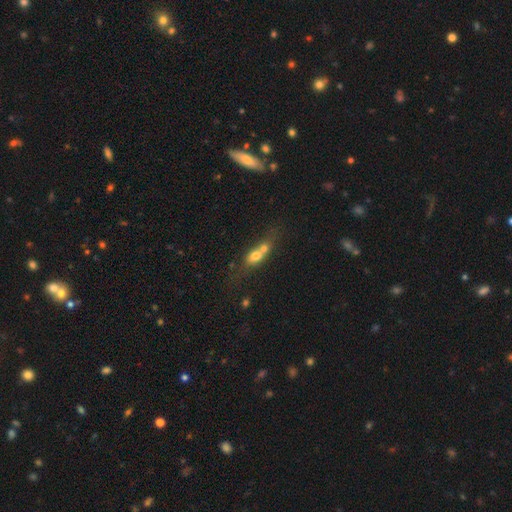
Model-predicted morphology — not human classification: Q: Smooth or featured?
A: smooth (64%); runner-up: featured or disk (26%)
Q: How rounded?
A: in between (57%); runner-up: round (25%)
Q: Merging?
A: merger (64%); runner-up: none (23%)